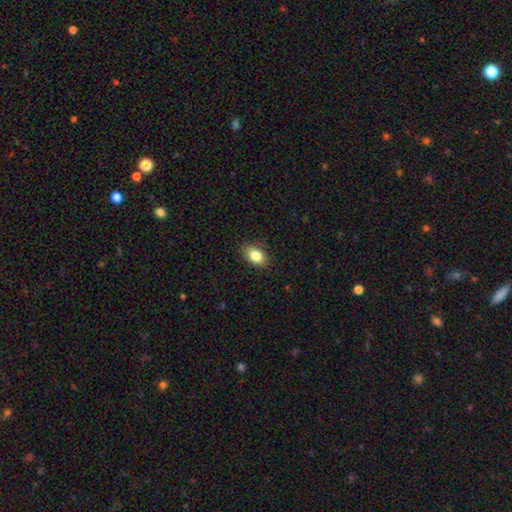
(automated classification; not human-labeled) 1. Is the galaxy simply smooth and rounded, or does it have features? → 83% smooth, 9% featured or disk, 8% star or artifact.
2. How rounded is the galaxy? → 87% in between, 12% round, 2% cigar-shaped.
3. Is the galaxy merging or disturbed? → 86% none, 11% minor disturbance, 2% major disturbance, 1% merger.